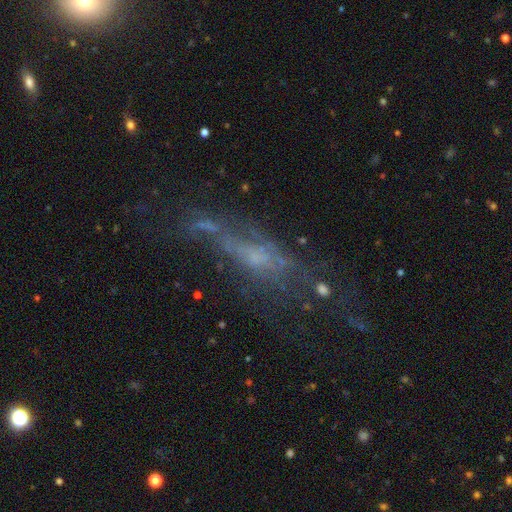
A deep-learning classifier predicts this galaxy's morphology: Smooth or featured? featured or disk (49%)
Merging? none (42%)